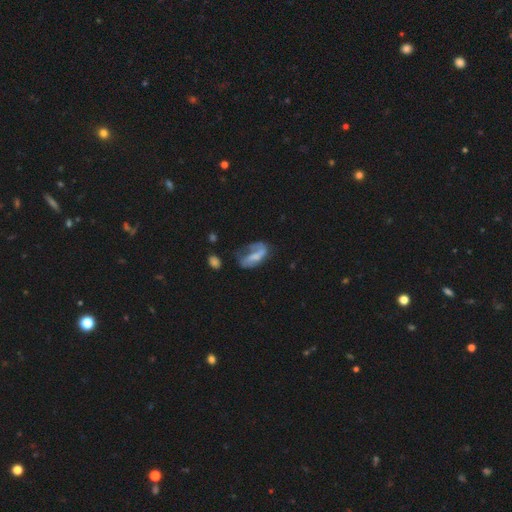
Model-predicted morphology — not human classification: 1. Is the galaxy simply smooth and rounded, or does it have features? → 51% featured or disk, 41% smooth, 9% star or artifact.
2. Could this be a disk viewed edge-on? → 93% no, 7% yes.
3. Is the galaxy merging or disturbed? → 41% major disturbance, 29% none, 24% minor disturbance, 6% merger.